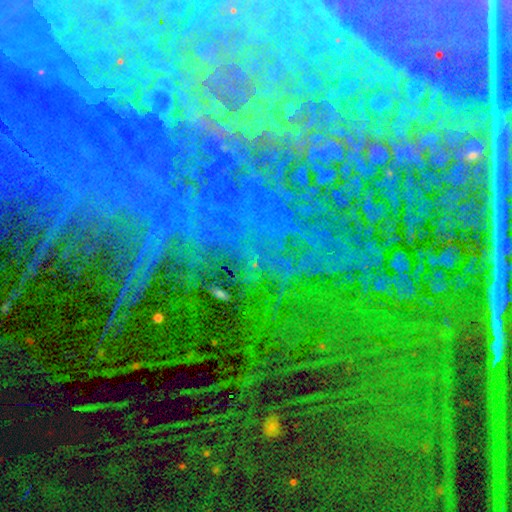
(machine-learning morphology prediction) Smooth or featured: star or artifact — 84% (featured or disk — 9%)